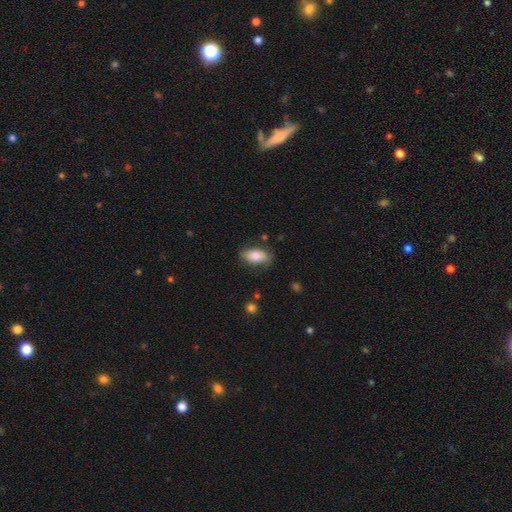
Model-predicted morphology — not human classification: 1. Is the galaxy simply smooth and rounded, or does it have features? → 76% smooth, 17% featured or disk, 7% star or artifact.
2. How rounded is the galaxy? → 92% in between, 5% cigar-shaped, 4% round.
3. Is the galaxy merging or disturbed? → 76% none, 18% minor disturbance, 4% major disturbance, 2% merger.